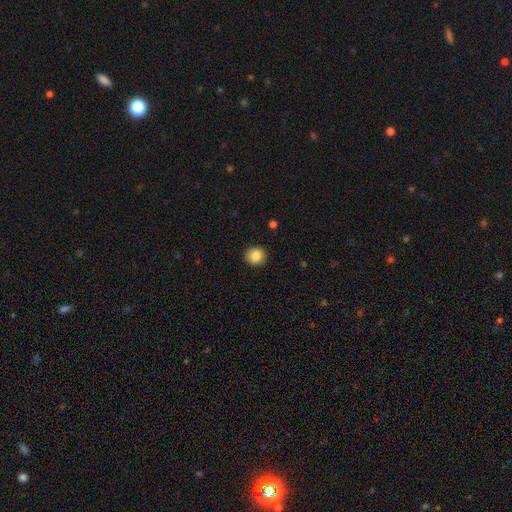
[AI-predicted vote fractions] A smooth galaxy with no disk features (86%) that is round (91%).

Vote fractions:
- Smooth or featured? smooth: 86% / star or artifact: 9% / featured or disk: 5%
- How rounded? round: 91% / in between: 8% / cigar-shaped: 1%
- Merging? none: 92% / minor disturbance: 5% / major disturbance: 2% / merger: 1%